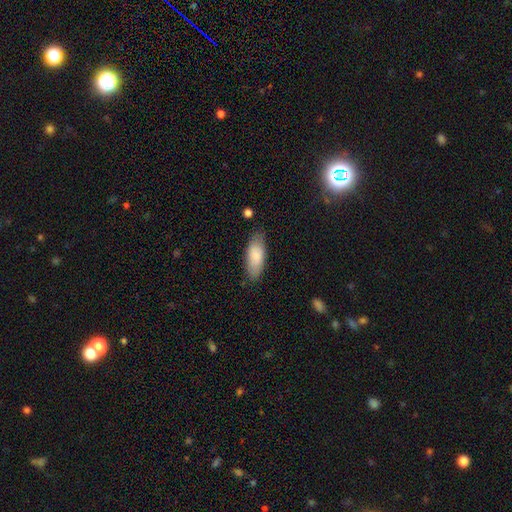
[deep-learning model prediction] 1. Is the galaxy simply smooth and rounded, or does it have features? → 82% smooth, 12% featured or disk, 6% star or artifact.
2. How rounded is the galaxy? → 79% in between, 19% cigar-shaped, 2% round.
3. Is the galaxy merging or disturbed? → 79% none, 16% minor disturbance, 3% major disturbance, 2% merger.